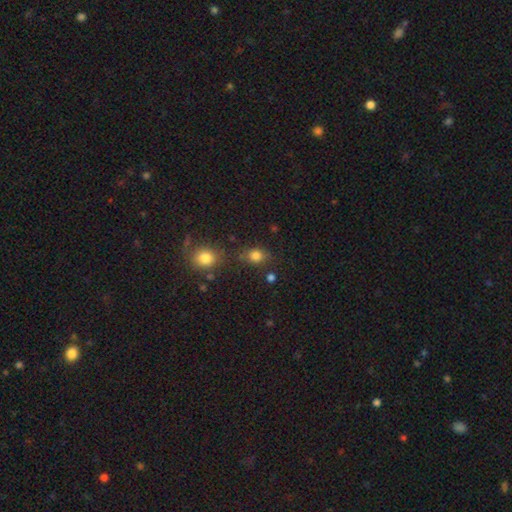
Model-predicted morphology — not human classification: The model was most divided on "how rounded": in between: 53%, round: 45%, cigar-shaped: 2%. More confident: smooth or featured — smooth (80%); merging — none (70%).